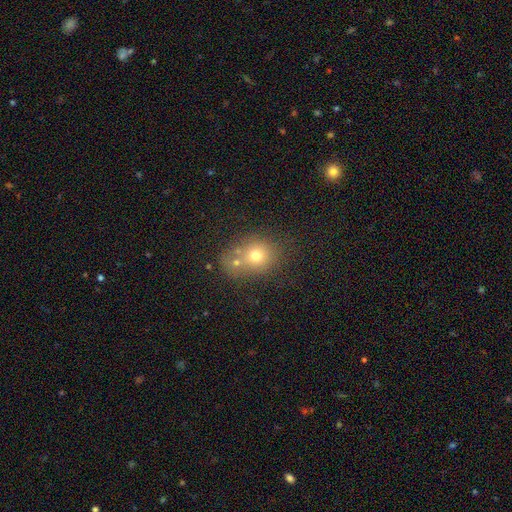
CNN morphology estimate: Smooth or featured?
  - smooth: 67% *
  - featured or disk: 17%
  - star or artifact: 16%
How rounded?
  - round: 69% *
  - in between: 30%
  - cigar-shaped: 1%
Merging?
  - none: 44% *
  - merger: 39%
  - minor disturbance: 11%
  - major disturbance: 5%